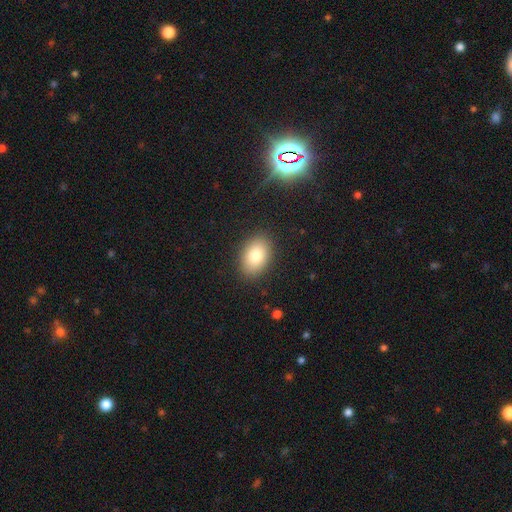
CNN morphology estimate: This appears to be a smooth galaxy with no disk features (82%) that is in between round and cigar-shaped (83%). Merging: none (88%).